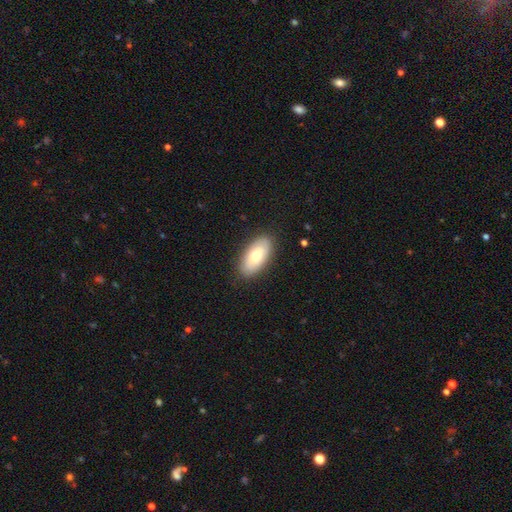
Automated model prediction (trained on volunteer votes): Smooth or featured? Predicted: smooth (p=0.69). How rounded? Predicted: in between (p=0.93). Merging? Predicted: none (p=0.87).